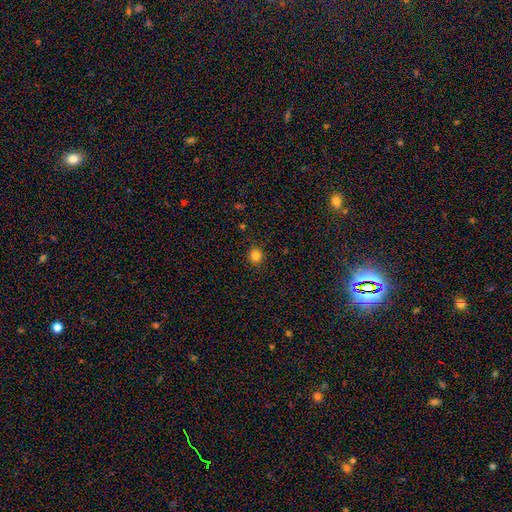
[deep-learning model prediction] Q: Smooth or featured?
A: smooth (83%); runner-up: star or artifact (13%)
Q: How rounded?
A: round (85%); runner-up: in between (14%)
Q: Merging?
A: none (90%); runner-up: minor disturbance (7%)